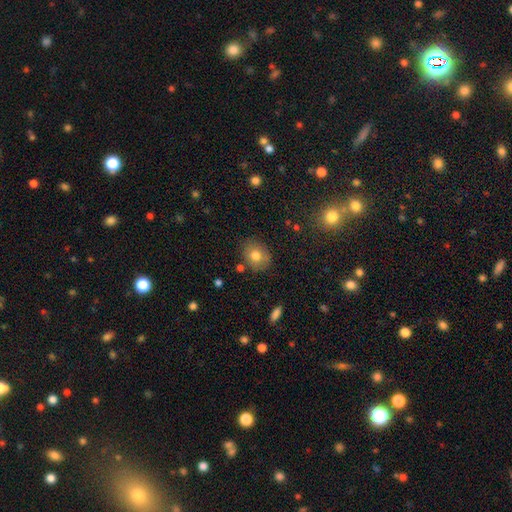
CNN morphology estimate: This is likely a smooth galaxy (76%). How rounded: possibly round (58%). Merging: clearly none (80%).